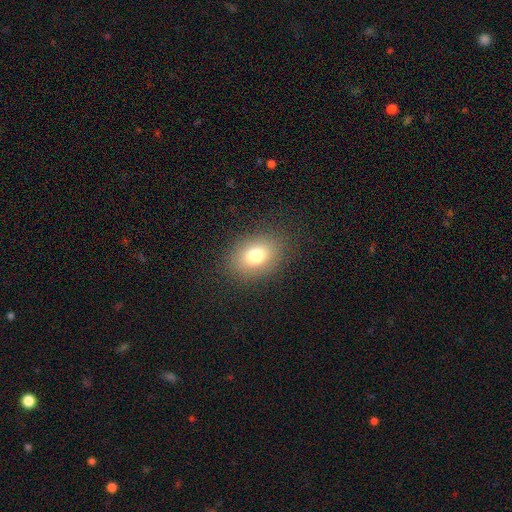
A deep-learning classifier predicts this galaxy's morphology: Smooth or featured: smooth — 76% (star or artifact — 12%)
How rounded: in between — 67% (round — 32%)
Merging: none — 85% (minor disturbance — 10%)